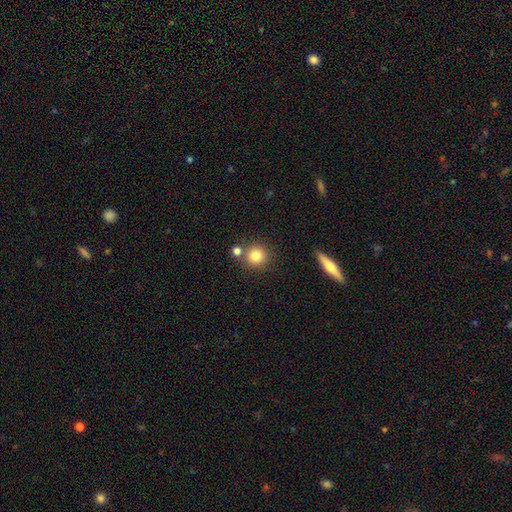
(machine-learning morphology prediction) Smooth or featured? Predicted: smooth (p=0.83). How rounded? Predicted: round (p=0.91). Merging? Predicted: none (p=0.72).